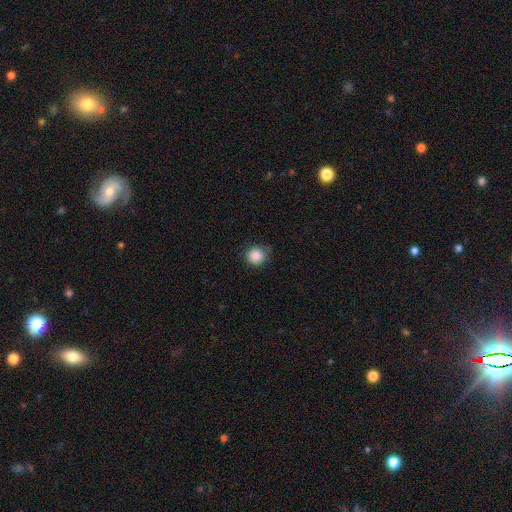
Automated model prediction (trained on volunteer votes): smooth-or-featured: smooth: 87% | star or artifact: 10% | featured or disk: 4%
  how-rounded: round: 91% | in between: 8% | cigar-shaped: 1%
  merging: none: 74% | minor disturbance: 20% | major disturbance: 4% | merger: 1%